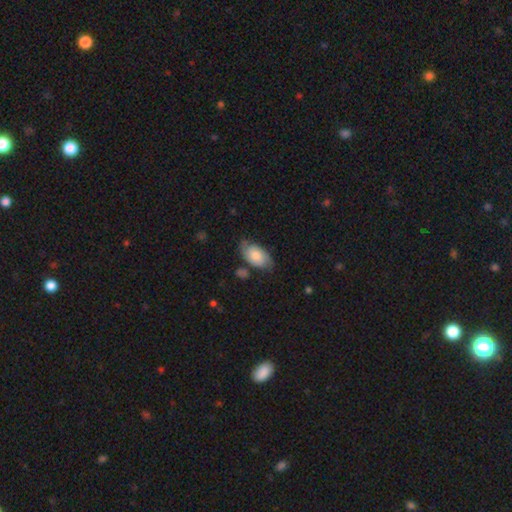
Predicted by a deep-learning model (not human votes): This is possibly a smooth galaxy (56%). How rounded: clearly in between (92%). Merging: likely none (66%).